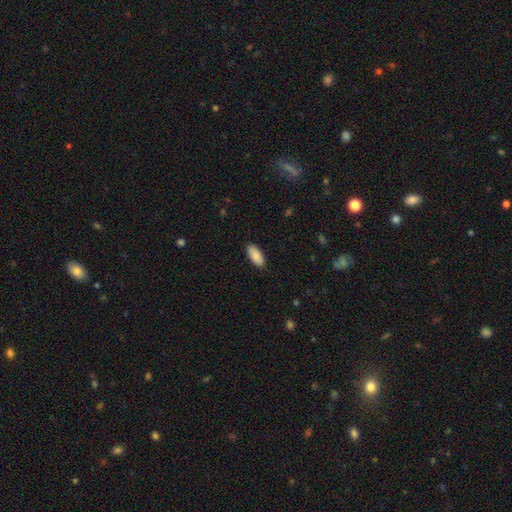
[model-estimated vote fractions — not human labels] The model was most divided on "how rounded": in between: 87%, cigar-shaped: 12%, round: 2%. More confident: merging — none (88%); smooth or featured — smooth (88%).